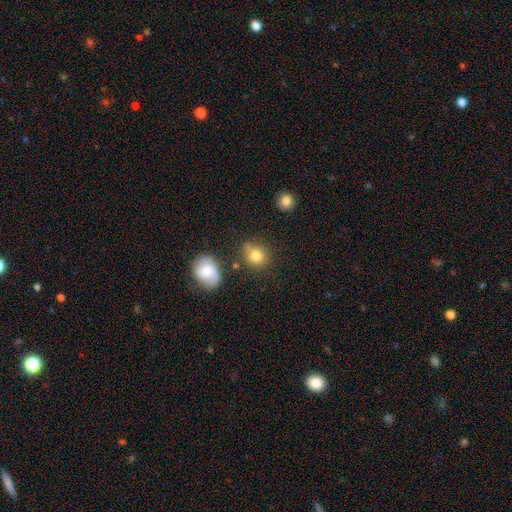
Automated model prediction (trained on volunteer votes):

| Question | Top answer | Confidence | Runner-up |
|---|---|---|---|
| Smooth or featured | smooth | 78% | featured or disk (12%) |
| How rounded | round | 78% | in between (21%) |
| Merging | none | 67% | minor disturbance (17%) |